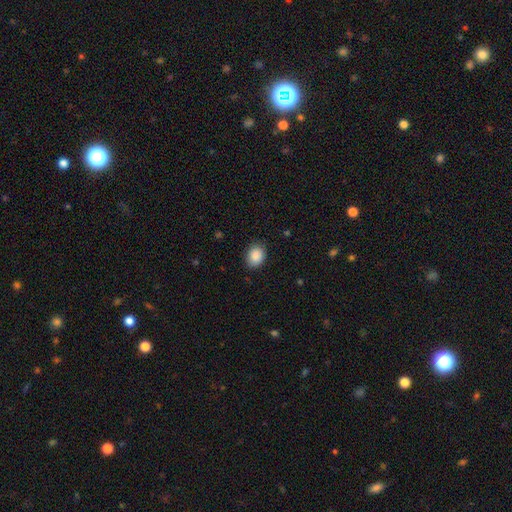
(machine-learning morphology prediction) This is clearly a smooth galaxy (89%). How rounded: possibly in between (53%). Merging: clearly none (85%).